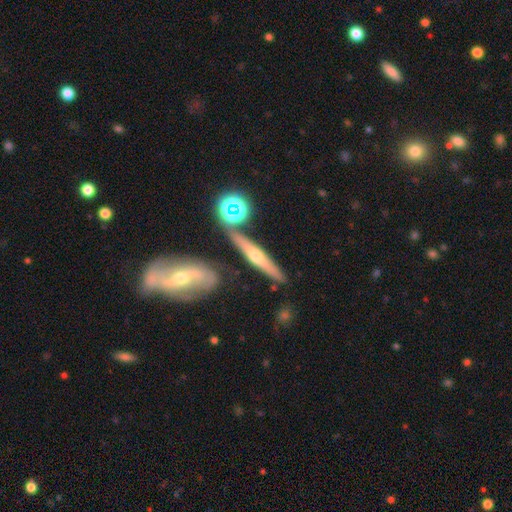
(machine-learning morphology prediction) Smooth or featured: featured or disk — 61% (smooth — 30%)
Edge-on disk: yes — 91% (no — 9%)
Edge-on bulge: rounded — 88% (none — 8%)
Merging: none — 80% (minor disturbance — 10%)